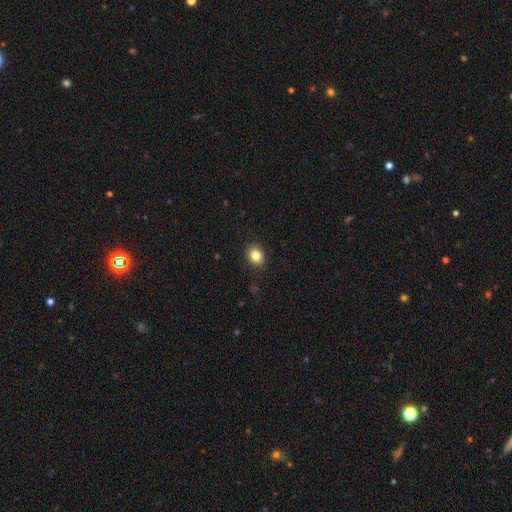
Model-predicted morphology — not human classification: A smooth galaxy with no disk features (84%) that is in between round and cigar-shaped (50%). Merging: none (89%).